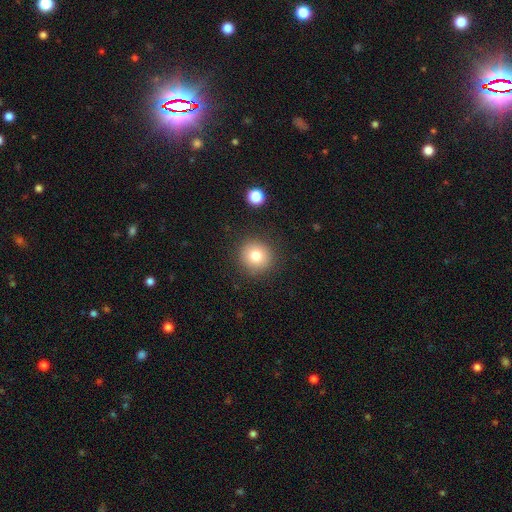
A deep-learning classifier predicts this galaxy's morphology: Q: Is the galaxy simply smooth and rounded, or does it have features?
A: smooth — 78%.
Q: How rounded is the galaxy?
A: round — 93%.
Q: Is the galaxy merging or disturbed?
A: none — 89%.